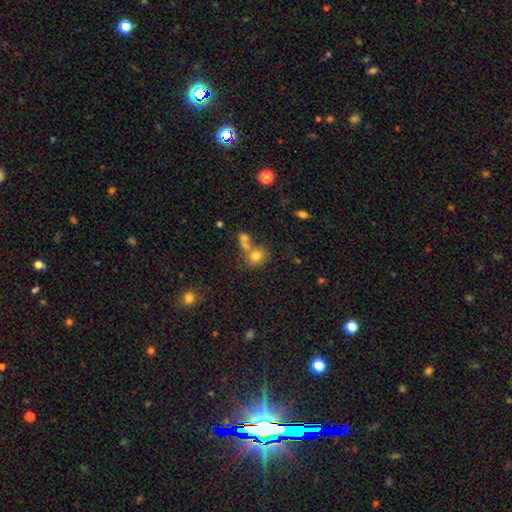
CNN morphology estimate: A smooth galaxy with no disk features (75%) that is round (67%). Merging: none (44%).